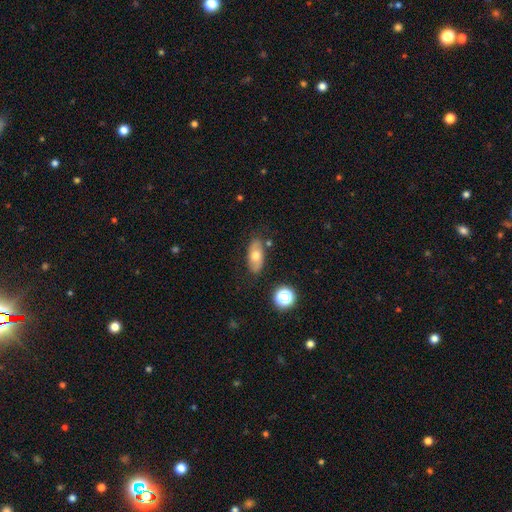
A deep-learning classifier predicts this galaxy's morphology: A smooth galaxy with no disk features (61%) that is in between round and cigar-shaped (87%). Merging: none (78%).